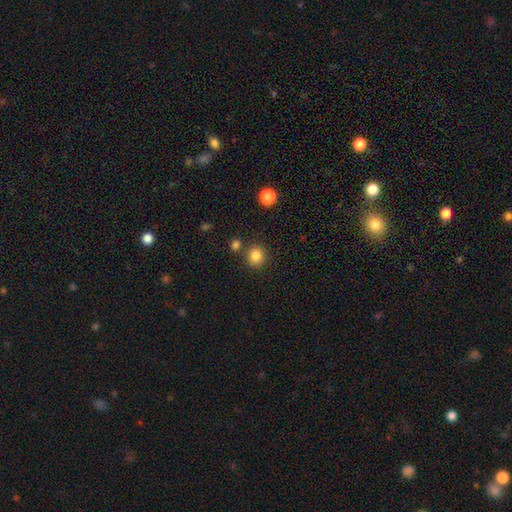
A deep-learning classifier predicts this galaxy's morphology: Overall: smooth (84%). How rounded: round (87%). Merging: none (82%).